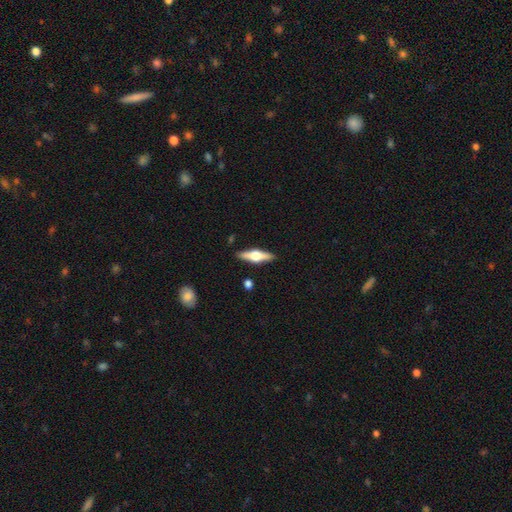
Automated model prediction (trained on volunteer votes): The model was most divided on "smooth or featured": featured or disk: 67%, smooth: 28%, star or artifact: 6%. More confident: edge-on disk — yes (96%); edge-on bulge — rounded (94%); merging — none (89%).